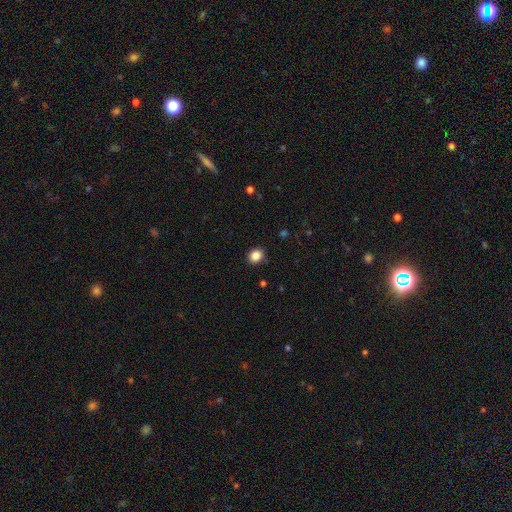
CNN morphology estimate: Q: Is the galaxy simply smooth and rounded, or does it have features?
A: smooth — 87%.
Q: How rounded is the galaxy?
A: round — 65%.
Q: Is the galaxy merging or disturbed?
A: none — 88%.